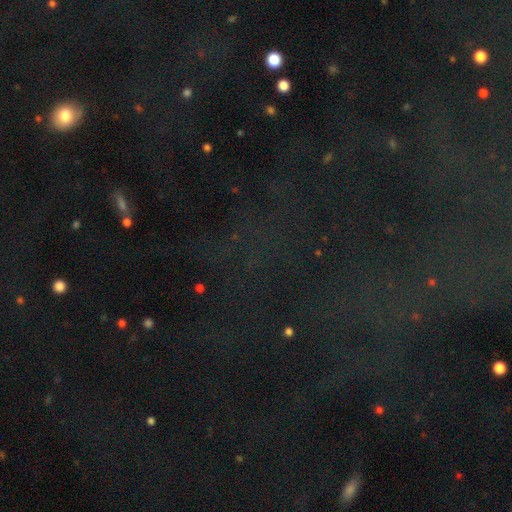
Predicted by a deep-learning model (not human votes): The model was most divided on "smooth or featured": star or artifact: 76%, smooth: 13%, featured or disk: 11%.